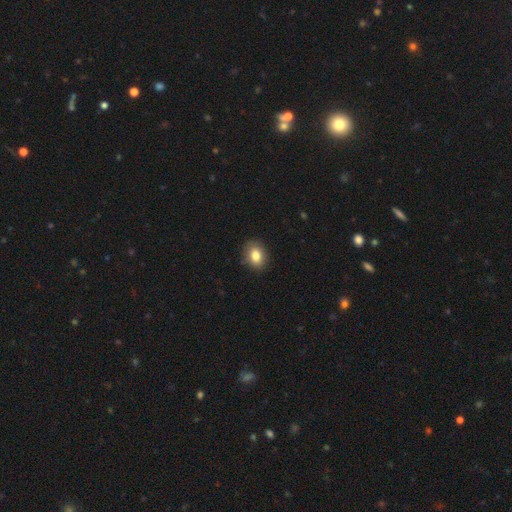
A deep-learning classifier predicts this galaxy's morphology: A smooth galaxy with no disk features (82%) that is in between round and cigar-shaped (69%).

Vote fractions:
- Smooth or featured? smooth: 82% / star or artifact: 9% / featured or disk: 9%
- How rounded? in between: 69% / round: 30% / cigar-shaped: 1%
- Merging? none: 85% / minor disturbance: 11% / major disturbance: 2% / merger: 1%